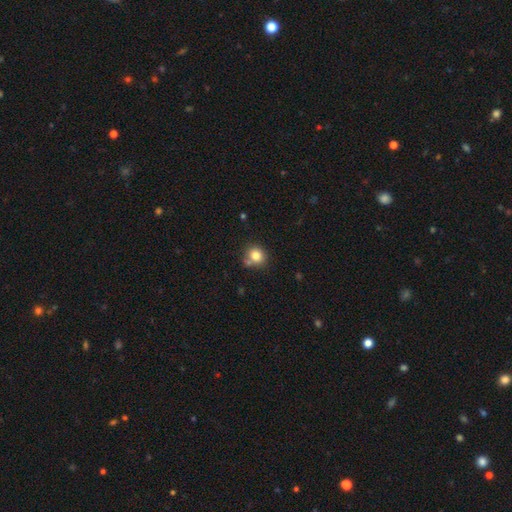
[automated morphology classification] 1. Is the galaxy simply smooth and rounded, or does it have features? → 81% smooth, 11% star or artifact, 8% featured or disk.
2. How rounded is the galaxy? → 82% round, 17% in between, 1% cigar-shaped.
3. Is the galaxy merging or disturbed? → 68% none, 15% merger, 14% minor disturbance, 4% major disturbance.